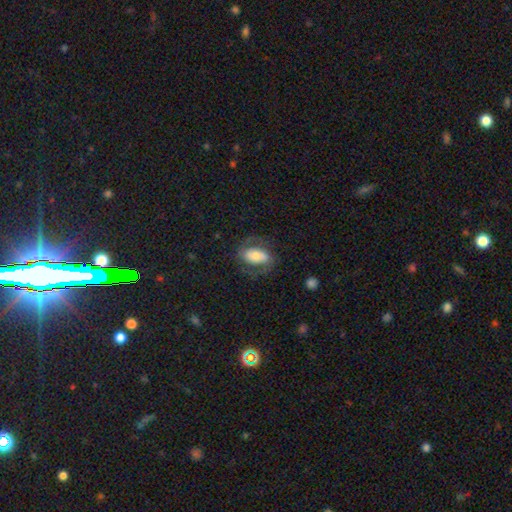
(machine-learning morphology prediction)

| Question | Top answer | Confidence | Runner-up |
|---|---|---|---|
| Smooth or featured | smooth | 46% | tied: featured or disk (46%) |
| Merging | none | 64% | minor disturbance (19%) |